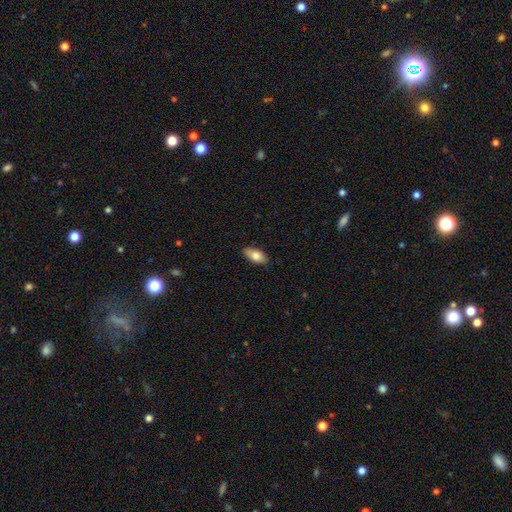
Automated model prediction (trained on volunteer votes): smooth 78%, featured or disk 15%, star or artifact 7%. Down the decision tree: how rounded — in between (89%); merging — none (85%).